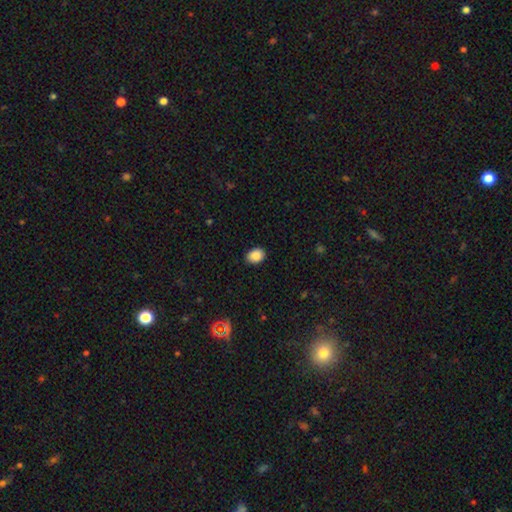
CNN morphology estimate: smooth 88%, star or artifact 9%, featured or disk 4%. Down the decision tree: how rounded — in between (65%); merging — none (84%).